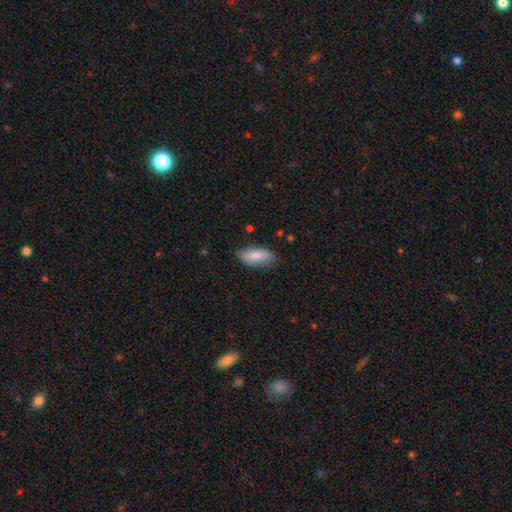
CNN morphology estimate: smooth-or-featured: smooth: 81% | featured or disk: 13% | star or artifact: 6%
  how-rounded: in between: 82% | cigar-shaped: 16% | round: 2%
  merging: none: 79% | minor disturbance: 16% | major disturbance: 3% | merger: 1%